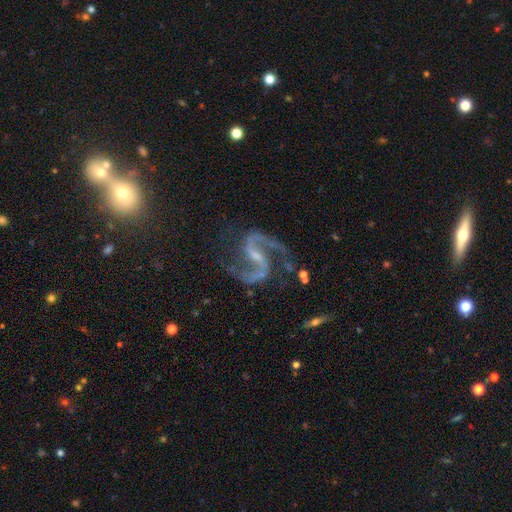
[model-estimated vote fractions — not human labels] featured or disk 93%, star or artifact 5%, smooth 2%. Down the decision tree: edge-on disk — no (98%); bar — weak (42%); spiral arms — yes (98%); spiral arm count — 2 (94%); spiral winding — medium (53%); bulge size — small (66%); merging — none (73%).